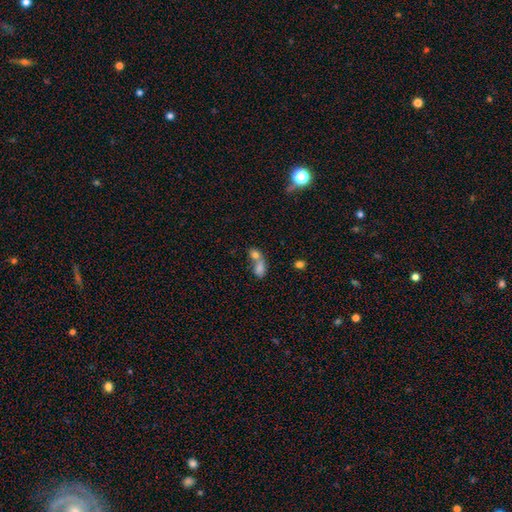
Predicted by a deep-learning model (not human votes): This is likely a smooth galaxy (74%). How rounded: likely in between (68%). Merging: likely merger (72%).